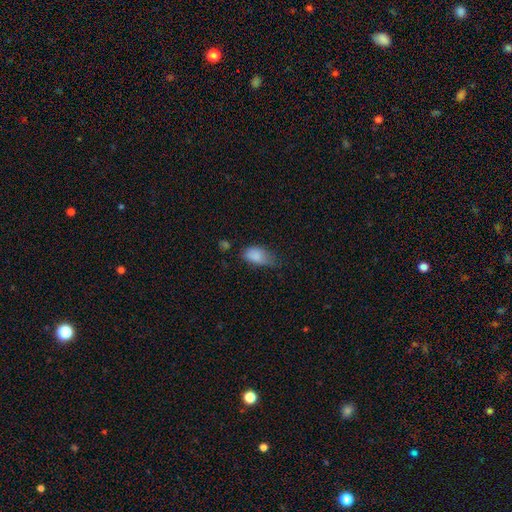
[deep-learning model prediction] Morphology: type=smooth (84%); roundness=in between (90%); merging=minor disturbance (45%).